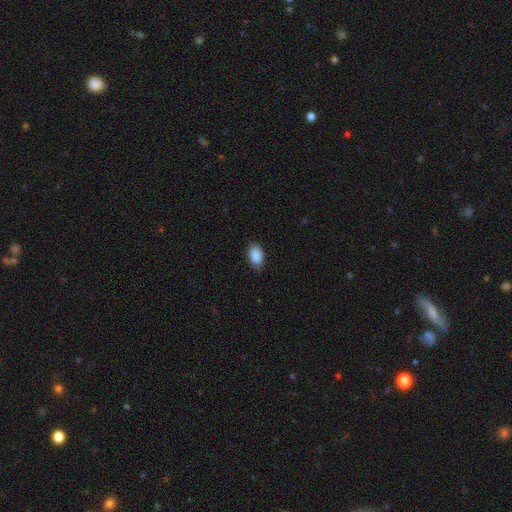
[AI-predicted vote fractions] This is clearly a smooth galaxy (90%). How rounded: clearly in between (92%). Merging: clearly none (84%).